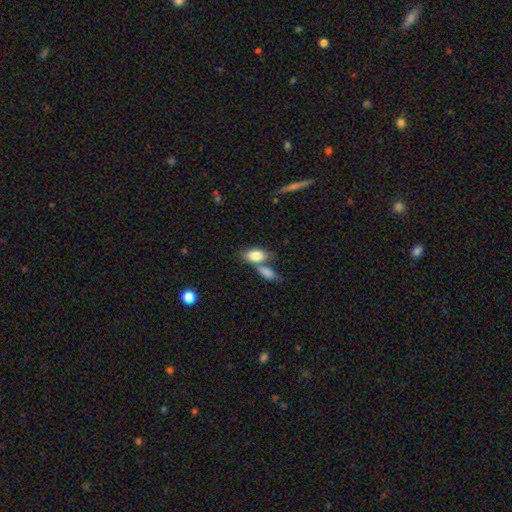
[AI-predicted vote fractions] Overall: smooth (83%). How rounded: in between (90%). Merging: merger (49%; none 37%).